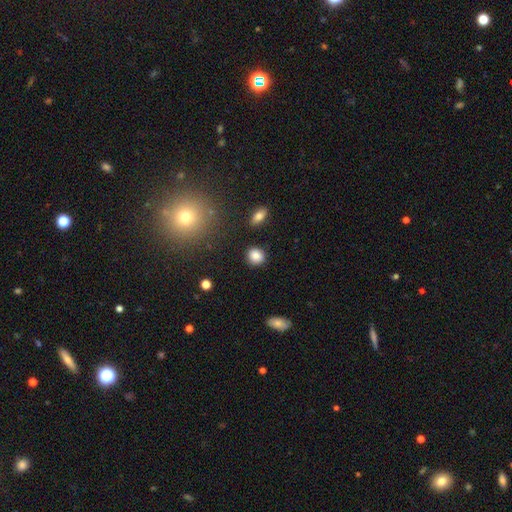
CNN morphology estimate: smooth-or-featured: smooth: 84% | star or artifact: 10% | featured or disk: 6%
  how-rounded: round: 80% | in between: 19% | cigar-shaped: 1%
  merging: none: 87% | minor disturbance: 8% | major disturbance: 2% | merger: 2%